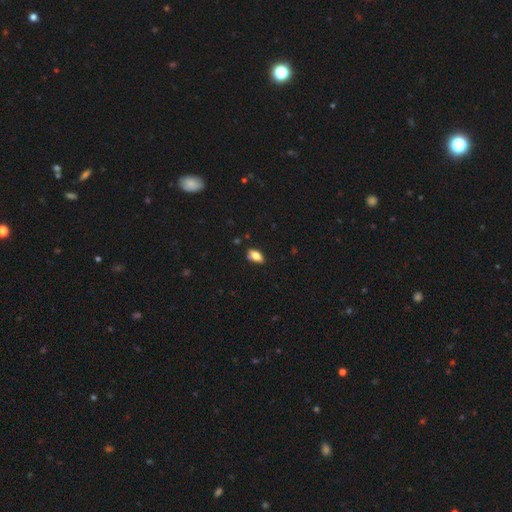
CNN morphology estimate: This is likely a smooth galaxy (77%). How rounded: clearly in between (89%). Merging: likely none (78%).